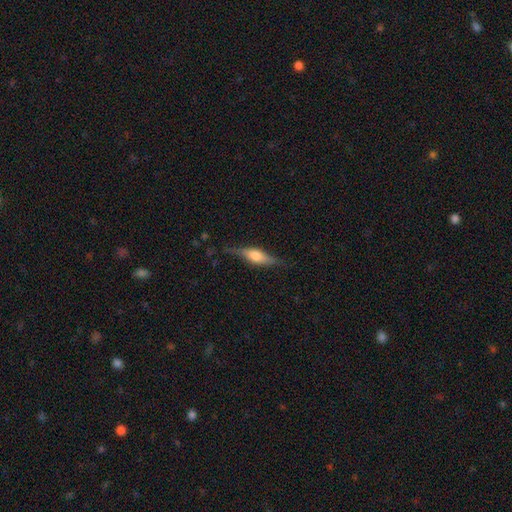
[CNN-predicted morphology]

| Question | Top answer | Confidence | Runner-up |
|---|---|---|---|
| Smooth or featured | featured or disk | 55% | smooth (38%) |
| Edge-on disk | yes | 93% | no (7%) |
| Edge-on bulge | rounded | 85% | boxy (12%) |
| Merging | none | 76% | minor disturbance (17%) |